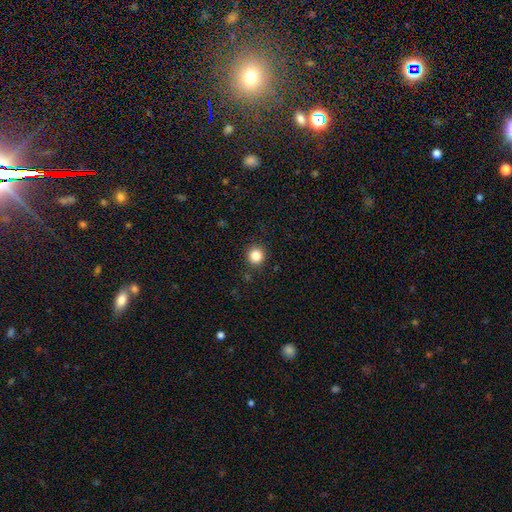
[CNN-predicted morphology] Smooth or featured? Predicted: smooth (p=0.85). How rounded? Predicted: round (p=0.93). Merging? Predicted: none (p=0.90).